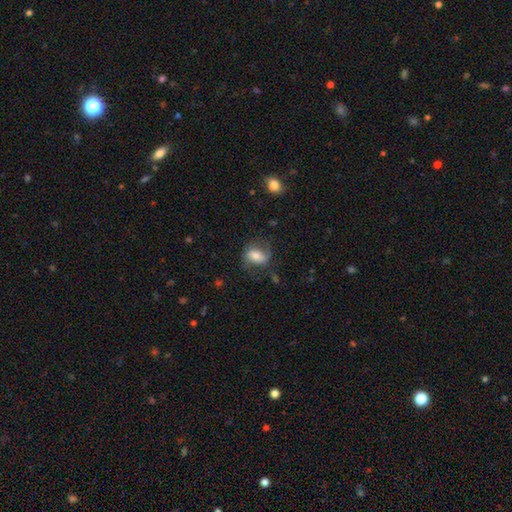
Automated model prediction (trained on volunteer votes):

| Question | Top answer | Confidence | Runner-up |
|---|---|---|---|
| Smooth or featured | smooth | 58% | featured or disk (34%) |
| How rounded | in between | 71% | round (27%) |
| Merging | none | 60% | minor disturbance (23%) |